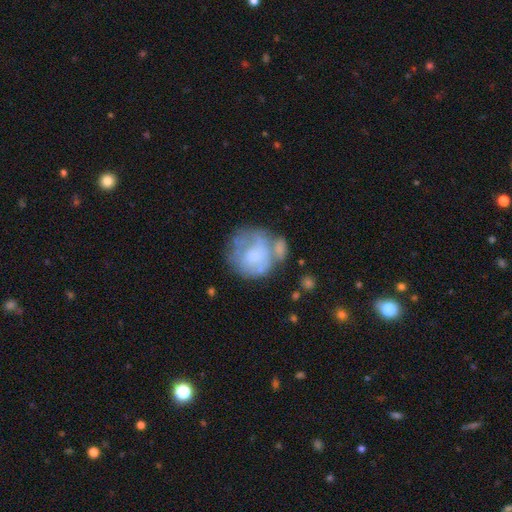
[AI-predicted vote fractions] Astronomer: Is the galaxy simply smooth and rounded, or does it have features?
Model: smooth — 47% (runner-up: featured or disk, 44%).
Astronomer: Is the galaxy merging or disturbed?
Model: none — 39% (runner-up: merger, 21%).